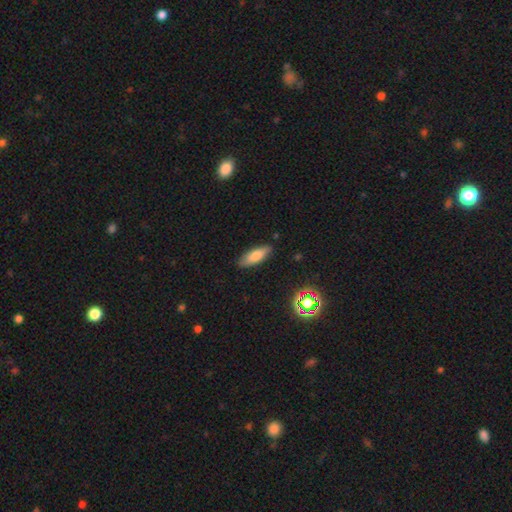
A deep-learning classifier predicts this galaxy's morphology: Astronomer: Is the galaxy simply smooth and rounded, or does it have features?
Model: smooth — 74%.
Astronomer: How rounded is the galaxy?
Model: in between — 62%.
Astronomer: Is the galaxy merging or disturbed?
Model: none — 85%.